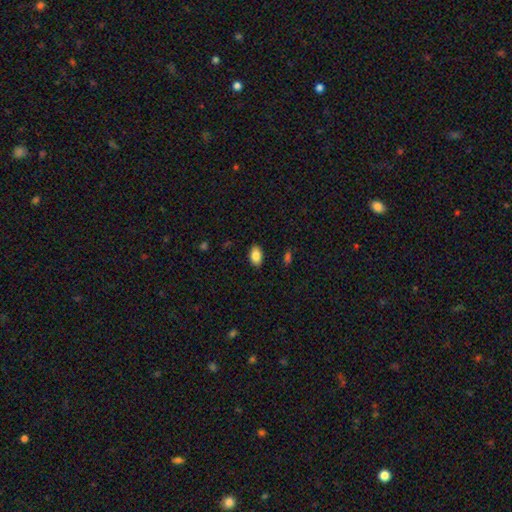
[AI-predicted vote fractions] A smooth galaxy with no disk features (85%) that is in between round and cigar-shaped (90%).

Vote fractions:
- Smooth or featured? smooth: 85% / star or artifact: 8% / featured or disk: 7%
- How rounded? in between: 90% / round: 8% / cigar-shaped: 2%
- Merging? none: 88% / minor disturbance: 9% / major disturbance: 2% / merger: 1%